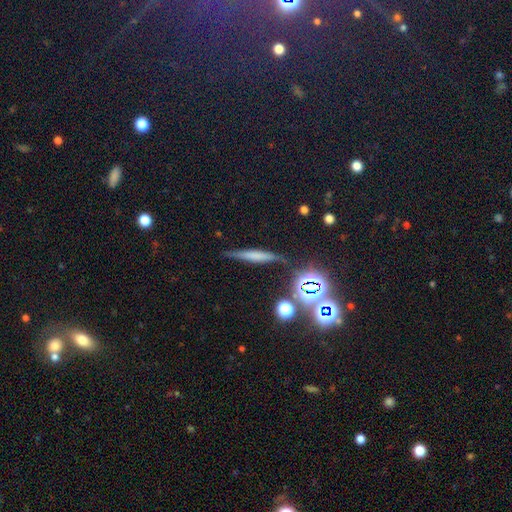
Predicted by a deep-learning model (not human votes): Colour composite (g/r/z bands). It shows a smooth galaxy with no disk features (48%). Merging: none (77%).